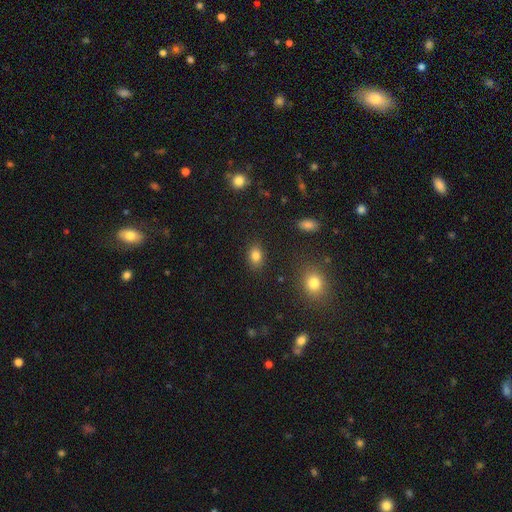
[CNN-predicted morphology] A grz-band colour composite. It shows a smooth galaxy with no disk features (83%) that is in between round and cigar-shaped (71%). Merging: none (86%).